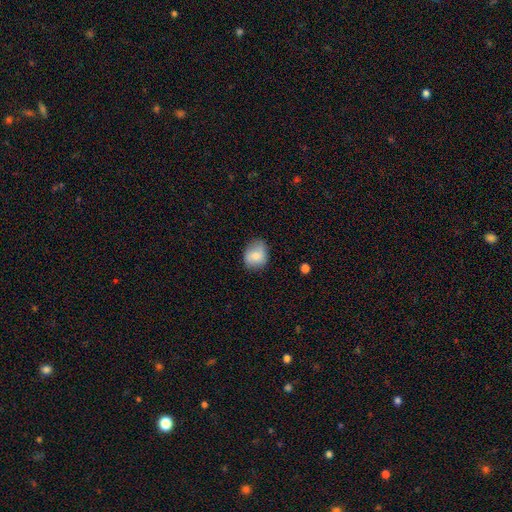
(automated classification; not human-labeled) This is likely a smooth galaxy (72%). How rounded: possibly round (59%). Merging: likely none (74%).